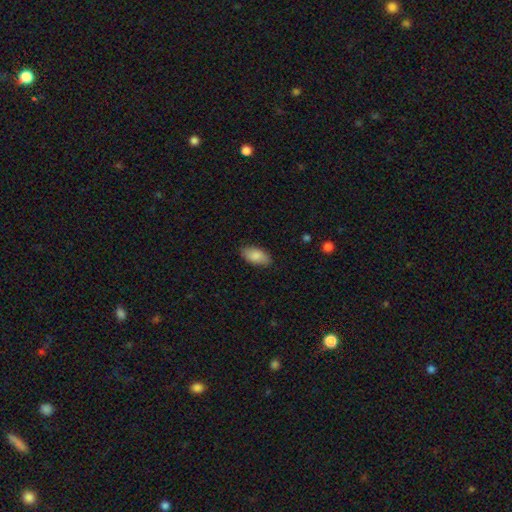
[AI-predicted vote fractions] The model was most divided on "merging": none: 85%, minor disturbance: 11%, major disturbance: 2%, merger: 1%. More confident: how rounded — in between (93%); smooth or featured — smooth (86%).